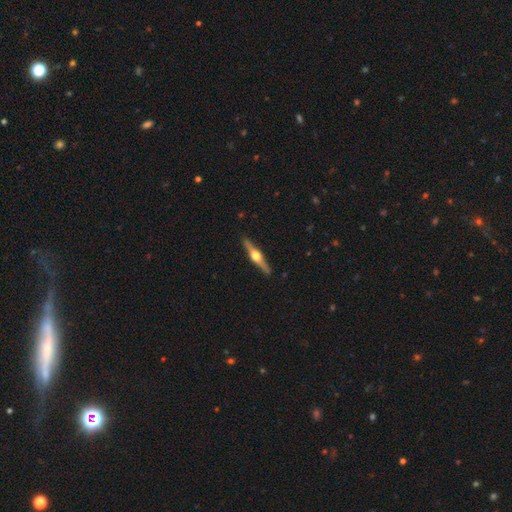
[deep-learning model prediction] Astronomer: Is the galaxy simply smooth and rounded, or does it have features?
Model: featured or disk — 79%.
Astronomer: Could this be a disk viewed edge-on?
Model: yes — 98%.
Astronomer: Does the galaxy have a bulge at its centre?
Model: rounded — 96%.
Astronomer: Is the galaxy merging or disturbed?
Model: none — 91%.